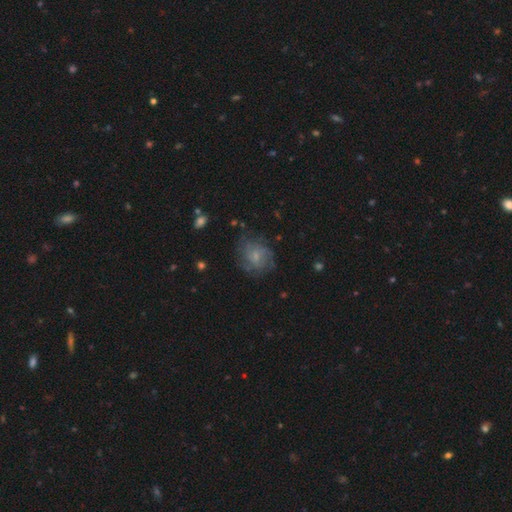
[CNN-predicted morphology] Smooth or featured? featured or disk (51%)
Edge-on disk? no (97%)
Merging? none (64%)